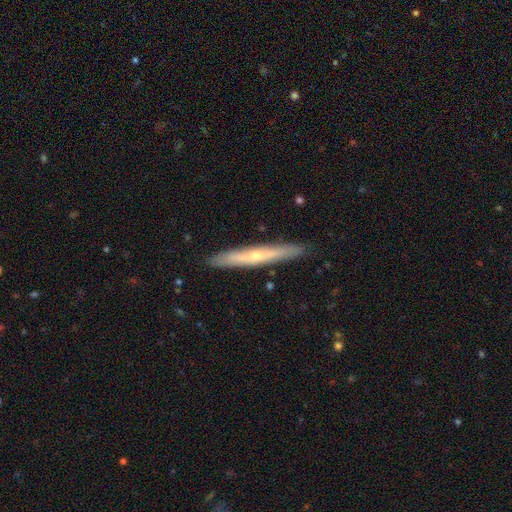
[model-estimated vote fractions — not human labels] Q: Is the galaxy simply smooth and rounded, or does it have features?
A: featured or disk — 58%.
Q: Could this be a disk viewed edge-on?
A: yes — 91%.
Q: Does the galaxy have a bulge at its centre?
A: rounded — 64%.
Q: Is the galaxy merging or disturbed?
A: none — 90%.